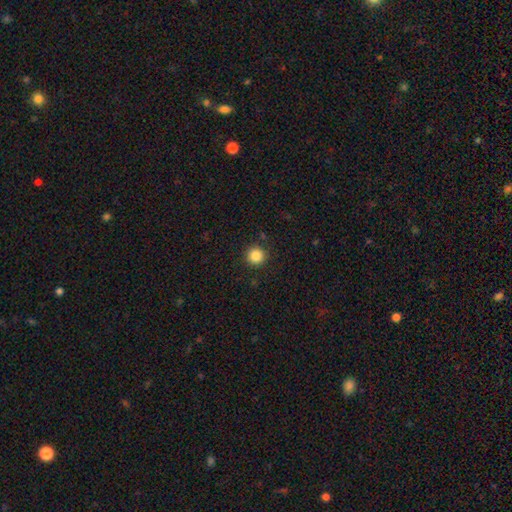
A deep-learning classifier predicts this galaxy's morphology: The model was most divided on "smooth or featured": smooth: 85%, star or artifact: 11%, featured or disk: 4%. More confident: how rounded — round (95%); merging — none (91%).